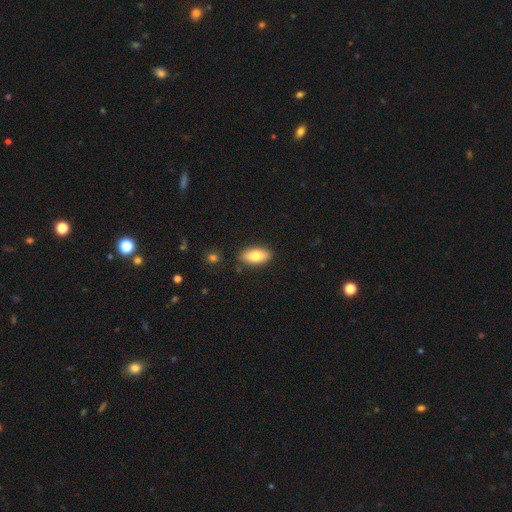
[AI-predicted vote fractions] Smooth or featured?
  - smooth: 81% *
  - featured or disk: 12%
  - star or artifact: 7%
How rounded?
  - in between: 90% *
  - cigar-shaped: 7%
  - round: 3%
Merging?
  - none: 85% *
  - minor disturbance: 11%
  - major disturbance: 2%
  - merger: 2%